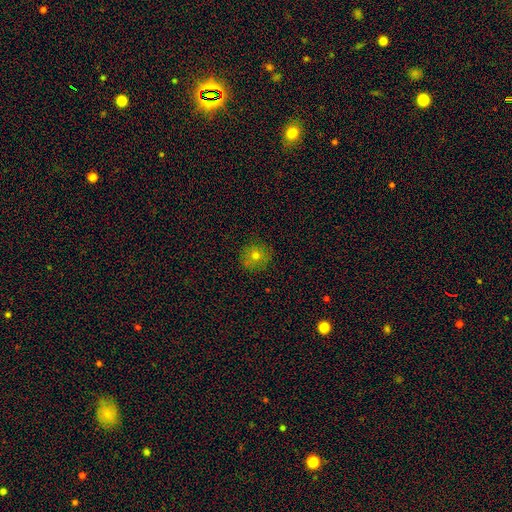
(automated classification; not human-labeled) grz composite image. It shows a smooth galaxy with no disk features (71%) that is round (90%). Merging: none (85%).